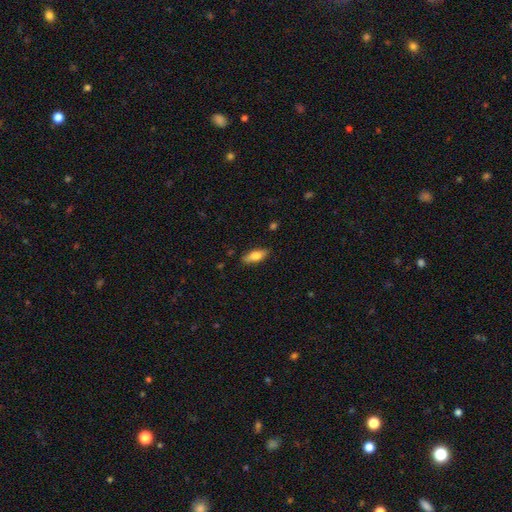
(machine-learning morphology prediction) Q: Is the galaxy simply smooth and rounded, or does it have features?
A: smooth — 72%.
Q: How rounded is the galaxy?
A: in between — 70%.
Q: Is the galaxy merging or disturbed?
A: none — 85%.